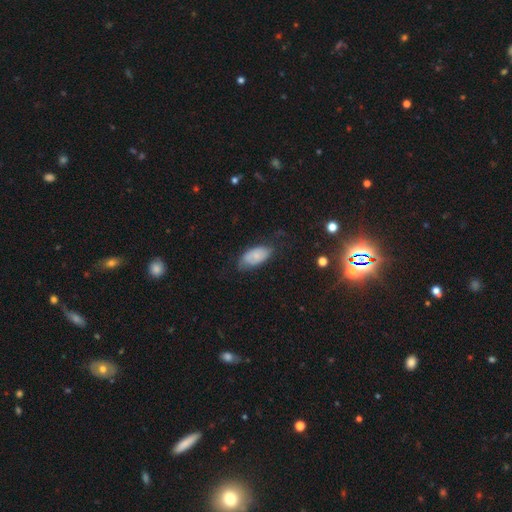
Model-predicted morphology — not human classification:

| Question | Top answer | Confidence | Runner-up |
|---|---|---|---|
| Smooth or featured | smooth | 65% | featured or disk (28%) |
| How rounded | in between | 94% | cigar-shaped (3%) |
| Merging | none | 57% | minor disturbance (30%) |